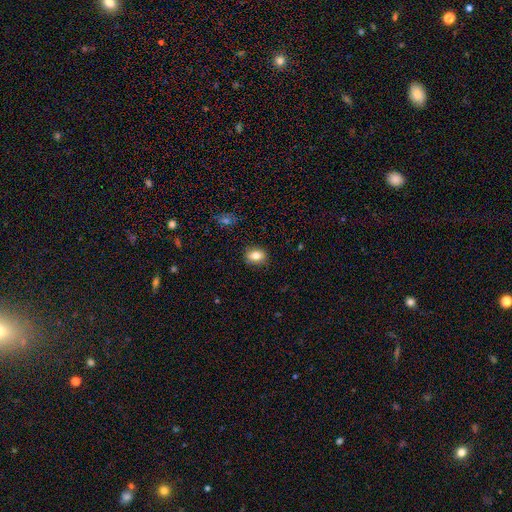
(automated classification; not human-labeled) A smooth galaxy with no disk features (79%) that is in between round and cigar-shaped (66%).

Vote fractions:
- Smooth or featured? smooth: 79% / featured or disk: 12% / star or artifact: 10%
- How rounded? in between: 66% / round: 32% / cigar-shaped: 2%
- Merging? none: 85% / minor disturbance: 12% / major disturbance: 2% / merger: 1%